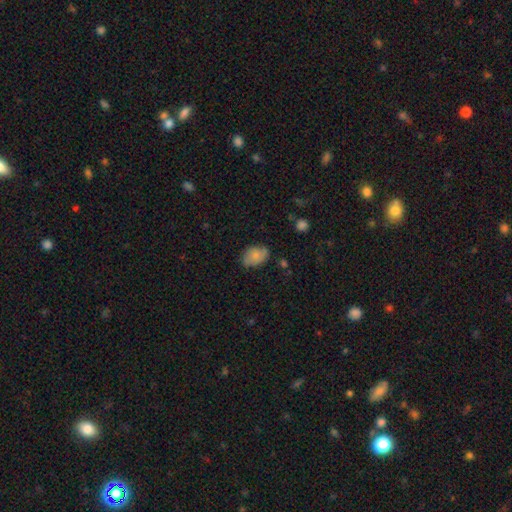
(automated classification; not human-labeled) A smooth galaxy with no disk features (71%) that is in between round and cigar-shaped (80%). Merging: none (65%).